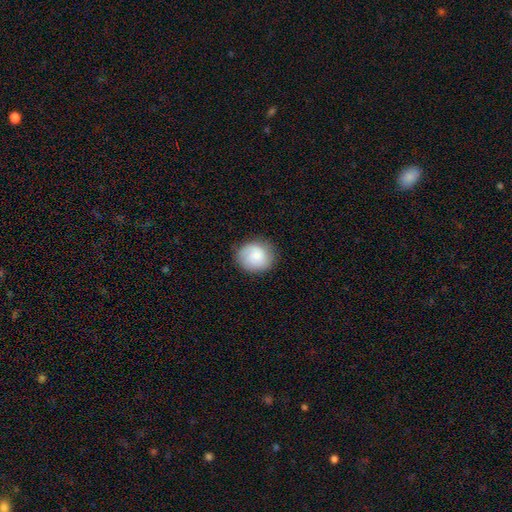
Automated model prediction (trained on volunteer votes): smooth_or_featured: smooth (p=0.74) [alt: featured or disk p=0.19]
how_rounded: round (p=0.76) [alt: in between p=0.23]
merging: none (p=0.80) [alt: minor disturbance p=0.15]